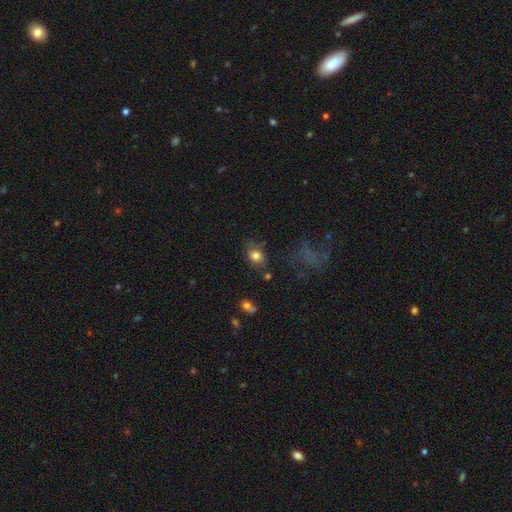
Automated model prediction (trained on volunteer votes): Q: Smooth or featured?
A: smooth (80%); runner-up: star or artifact (11%)
Q: How rounded?
A: in between (52%); runner-up: round (47%)
Q: Merging?
A: none (66%); runner-up: minor disturbance (21%)